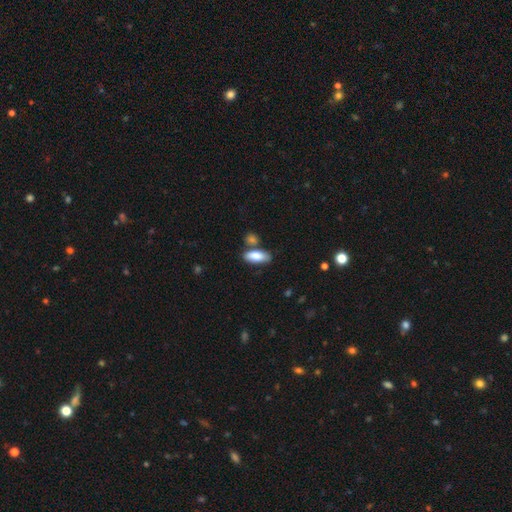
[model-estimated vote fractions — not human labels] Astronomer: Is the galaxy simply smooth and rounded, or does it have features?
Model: smooth — 80%.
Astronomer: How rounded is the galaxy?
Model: in between — 81%.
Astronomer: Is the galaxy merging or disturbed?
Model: none — 67%.